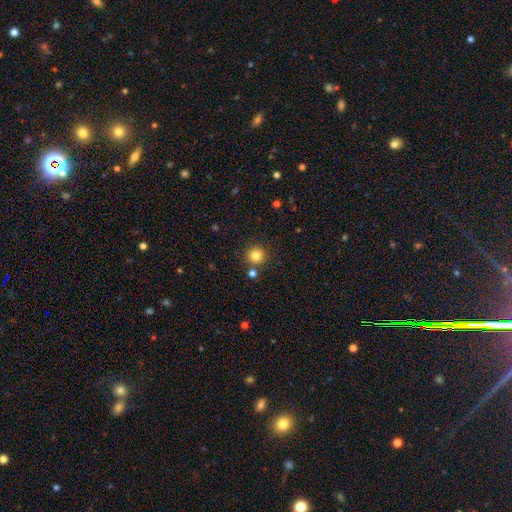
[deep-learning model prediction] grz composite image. It shows a smooth galaxy with no disk features (82%) that is round (95%). Merging: none (85%).